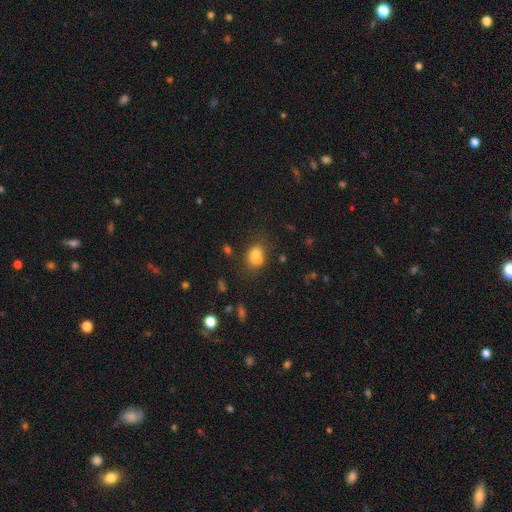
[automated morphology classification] smooth-or-featured: smooth: 72% | featured or disk: 15% | star or artifact: 13%
  how-rounded: round: 50% | in between: 49% | cigar-shaped: 1%
  merging: none: 40% | merger: 38% | minor disturbance: 15% | major disturbance: 7%